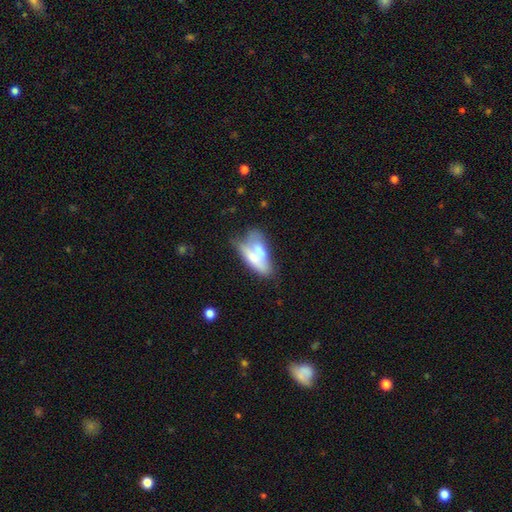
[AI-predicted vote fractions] Smooth or featured: smooth — 51% (featured or disk — 42%)
How rounded: in between — 71% (cigar-shaped — 25%)
Merging: merger — 45% (none — 24%)